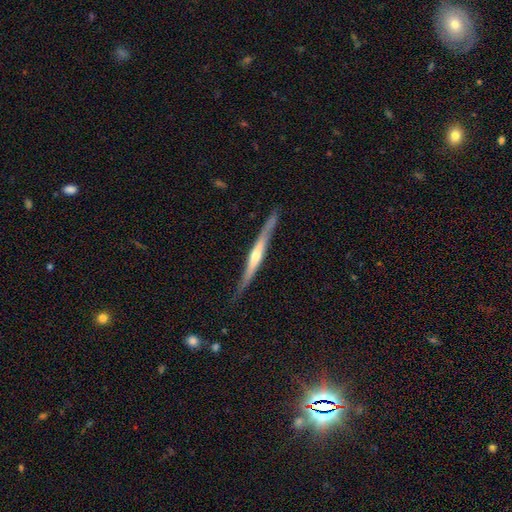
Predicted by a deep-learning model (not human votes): Smooth or featured: featured or disk — 71% (smooth — 24%)
Edge-on disk: yes — 96% (no — 4%)
Edge-on bulge: rounded — 70% (none — 23%)
Merging: none — 82% (minor disturbance — 14%)